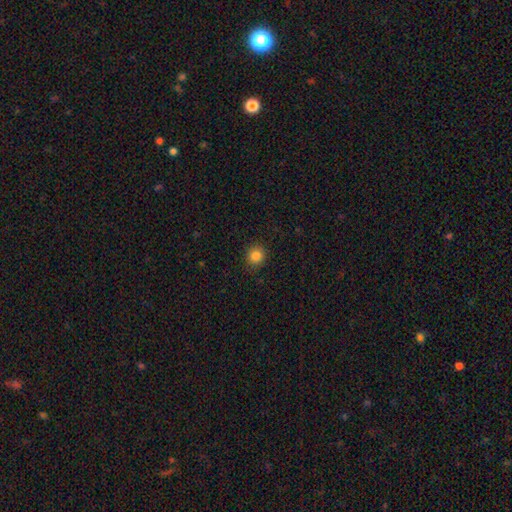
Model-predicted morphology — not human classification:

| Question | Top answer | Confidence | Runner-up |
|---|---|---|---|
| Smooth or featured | smooth | 84% | star or artifact (12%) |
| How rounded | round | 90% | in between (9%) |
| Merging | none | 90% | minor disturbance (7%) |